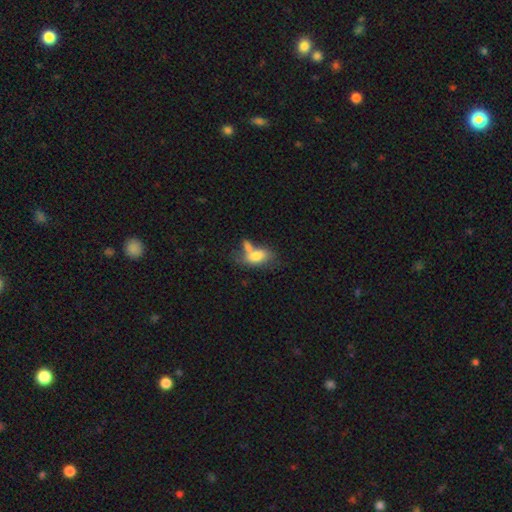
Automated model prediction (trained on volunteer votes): A smooth galaxy with no disk features (75%) that is in between round and cigar-shaped (87%).

Vote fractions:
- Smooth or featured? smooth: 75% / featured or disk: 17% / star or artifact: 8%
- How rounded? in between: 87% / round: 6% / cigar-shaped: 6%
- Merging? merger: 45% / none: 28% / minor disturbance: 15% / major disturbance: 12%